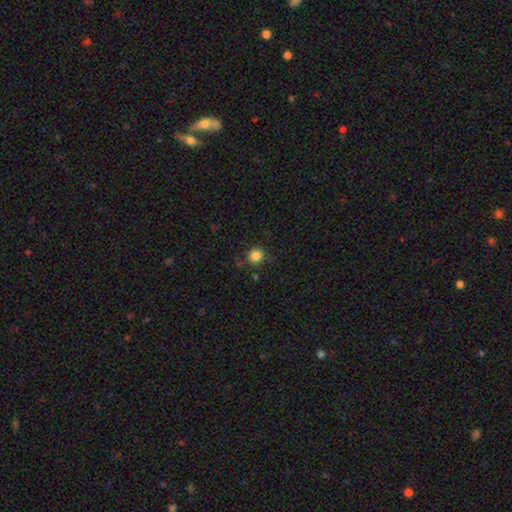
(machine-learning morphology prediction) A smooth galaxy with no disk features (85%) that is round (87%).

Vote fractions:
- Smooth or featured? smooth: 85% / star or artifact: 12% / featured or disk: 4%
- How rounded? round: 87% / in between: 12% / cigar-shaped: 1%
- Merging? none: 84% / minor disturbance: 10% / major disturbance: 3% / merger: 2%